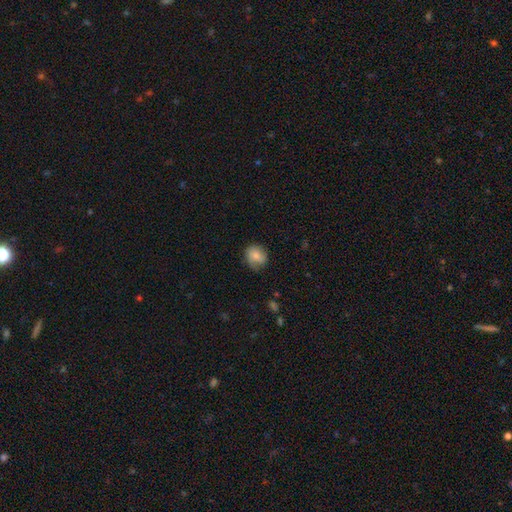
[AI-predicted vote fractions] A smooth galaxy with no disk features (76%) that is round (74%).

Vote fractions:
- Smooth or featured? smooth: 76% / featured or disk: 16% / star or artifact: 8%
- How rounded? round: 74% / in between: 25% / cigar-shaped: 1%
- Merging? none: 68% / minor disturbance: 25% / major disturbance: 6% / merger: 1%